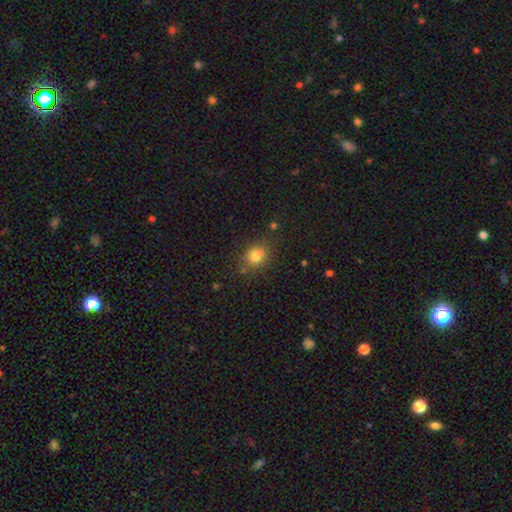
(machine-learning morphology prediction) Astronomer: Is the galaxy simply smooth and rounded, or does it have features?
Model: smooth — 79%.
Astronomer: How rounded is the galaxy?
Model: round — 59% (runner-up: in between, 40%).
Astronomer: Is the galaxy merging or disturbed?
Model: none — 76%.